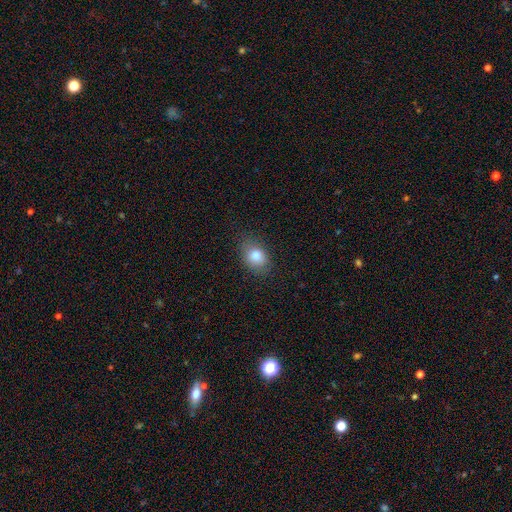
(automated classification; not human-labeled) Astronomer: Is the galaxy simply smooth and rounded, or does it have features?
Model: smooth — 83%.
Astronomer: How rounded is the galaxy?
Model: in between — 73%.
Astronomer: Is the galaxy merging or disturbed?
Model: none — 78%.